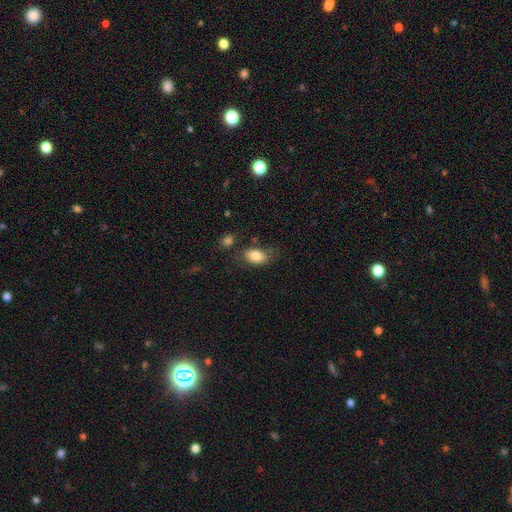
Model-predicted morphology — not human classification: The model was most divided on "merging": none: 69%, minor disturbance: 19%, major disturbance: 6%, merger: 6%. More confident: how rounded — in between (90%); smooth or featured — smooth (83%).